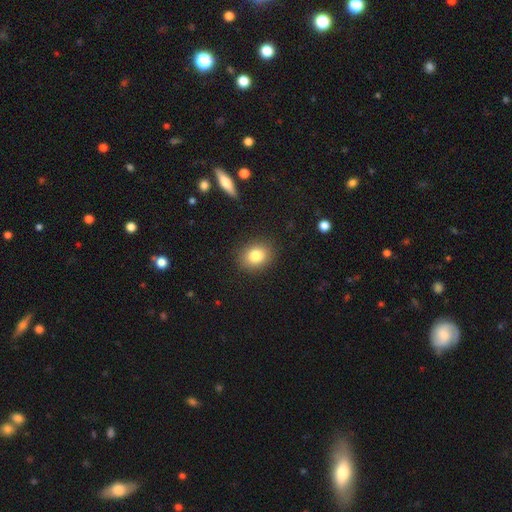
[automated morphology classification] The model was most divided on "how rounded": round: 55%, in between: 44%, cigar-shaped: 1%. More confident: merging — none (88%); smooth or featured — smooth (82%).